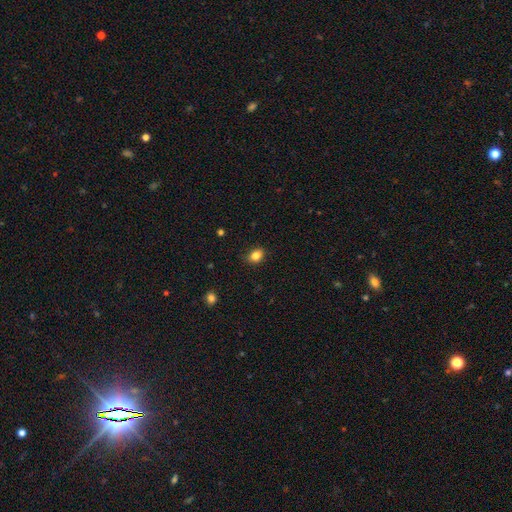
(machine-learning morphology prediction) The model was most divided on "how rounded": in between: 61%, round: 38%, cigar-shaped: 1%. More confident: smooth or featured — smooth (84%); merging — none (84%).